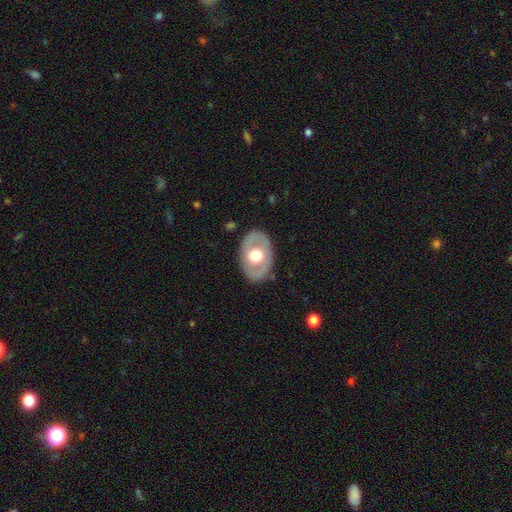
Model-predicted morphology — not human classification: type=featured or disk (52%); edge-on=no (89%); merging=none (84%).